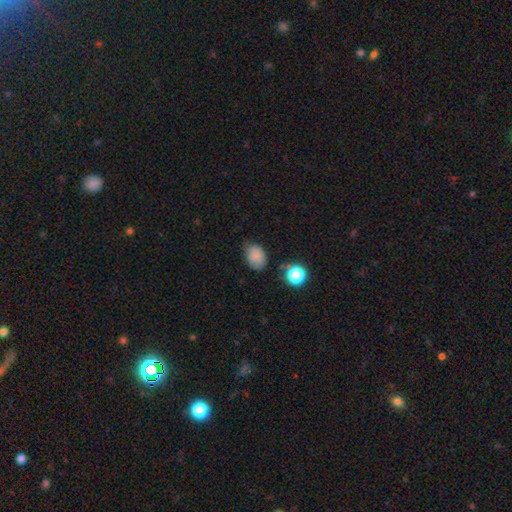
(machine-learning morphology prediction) smooth-or-featured: smooth: 83% | star or artifact: 11% | featured or disk: 6%
  how-rounded: in between: 70% | round: 29% | cigar-shaped: 1%
  merging: none: 70% | minor disturbance: 23% | major disturbance: 5% | merger: 3%